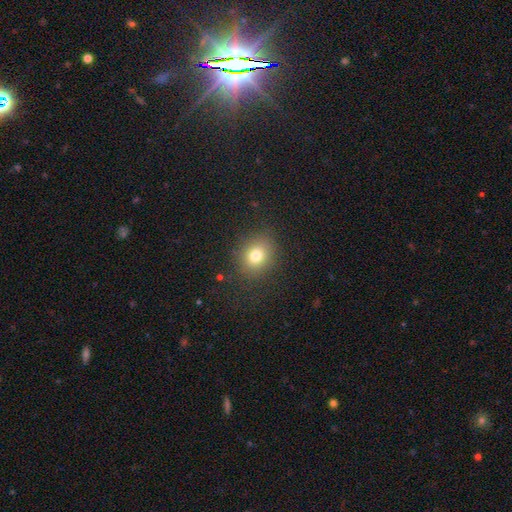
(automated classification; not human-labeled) Morphology: type=smooth (78%); roundness=round (63%); merging=none (86%).